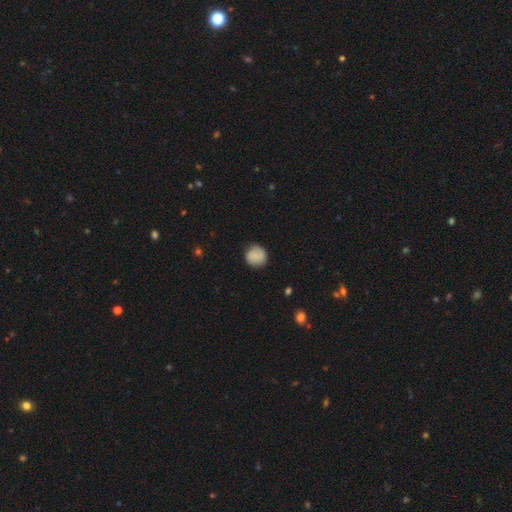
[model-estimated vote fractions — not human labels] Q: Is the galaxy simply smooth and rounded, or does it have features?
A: smooth — 82%.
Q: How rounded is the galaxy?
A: round — 90%.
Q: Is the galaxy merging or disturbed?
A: none — 83%.